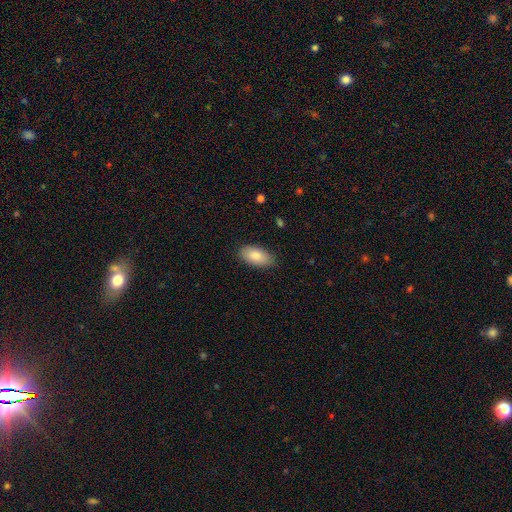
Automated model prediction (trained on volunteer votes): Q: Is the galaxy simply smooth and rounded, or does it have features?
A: smooth — 85%.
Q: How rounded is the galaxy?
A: in between — 94%.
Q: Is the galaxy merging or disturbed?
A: none — 84%.